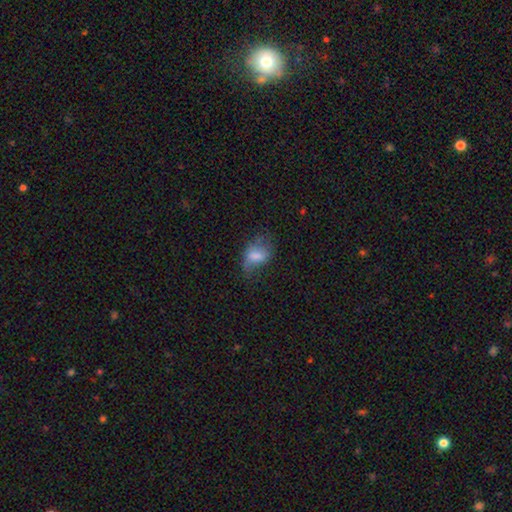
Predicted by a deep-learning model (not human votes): Smooth or featured? smooth (65%)
How rounded? in between (82%)
Merging? none (38%)